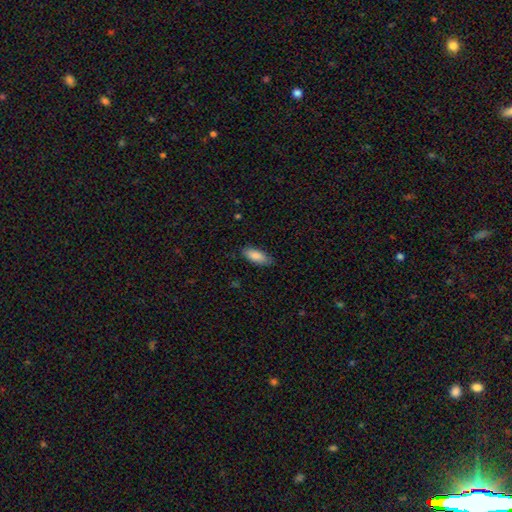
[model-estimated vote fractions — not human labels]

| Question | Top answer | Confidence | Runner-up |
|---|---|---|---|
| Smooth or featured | smooth | 86% | featured or disk (8%) |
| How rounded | in between | 82% | cigar-shaped (16%) |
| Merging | none | 83% | minor disturbance (14%) |